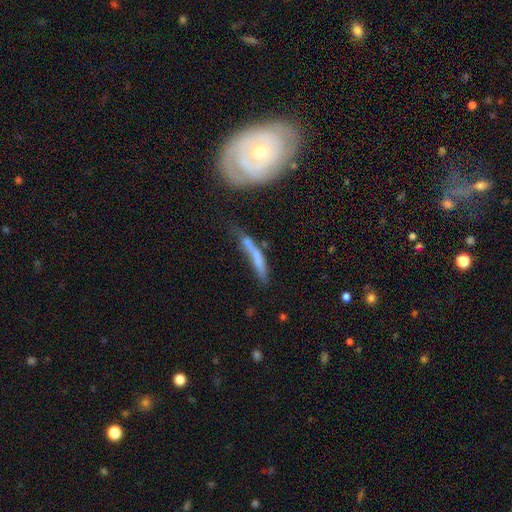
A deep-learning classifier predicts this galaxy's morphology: Smooth or featured? smooth (52%)
How rounded? cigar-shaped (86%)
Merging? none (35%)